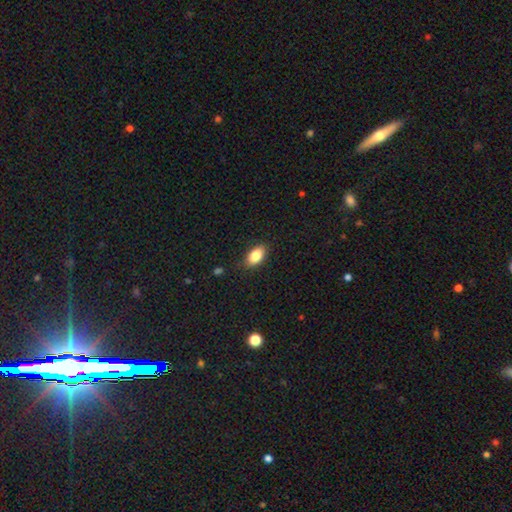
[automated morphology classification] Smooth or featured? Predicted: smooth (p=0.84). How rounded? Predicted: in between (p=0.90). Merging? Predicted: none (p=0.87).